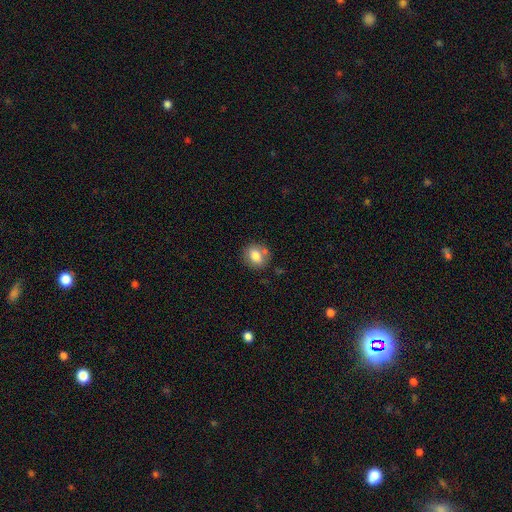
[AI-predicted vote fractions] smooth 79%, featured or disk 12%, star or artifact 9%. Down the decision tree: how rounded — round (59%); merging — none (70%).